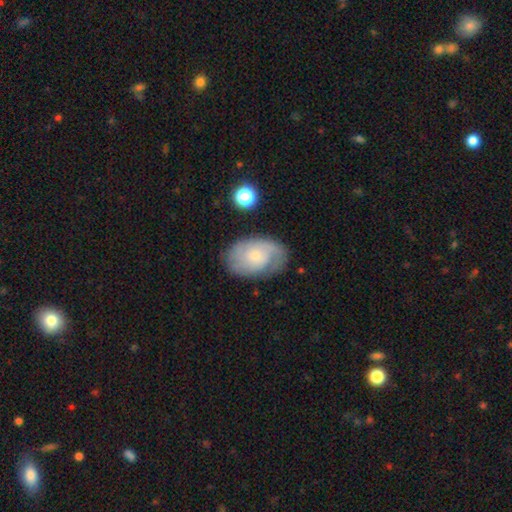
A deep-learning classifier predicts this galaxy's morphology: Smooth or featured? featured or disk (67%)
Edge-on disk? no (96%)
Bar? no (75%)
Spiral arms? yes (89%)
Spiral winding? tight (51%)
Spiral arm count? 2 (42%)
Bulge size? small (69%)
Merging? none (72%)